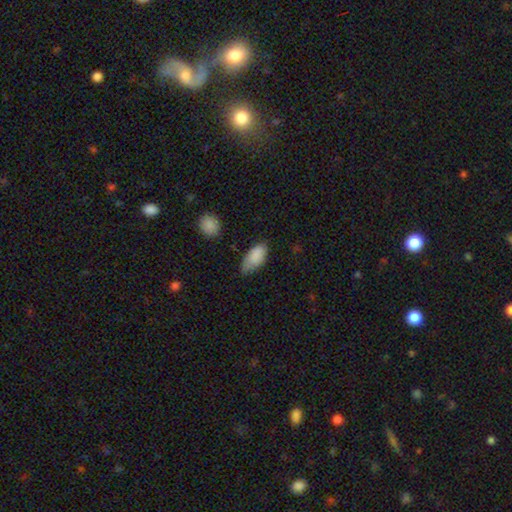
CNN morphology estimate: Overall: smooth (87%). How rounded: in between (91%). Merging: none (52%; minor disturbance 38%).